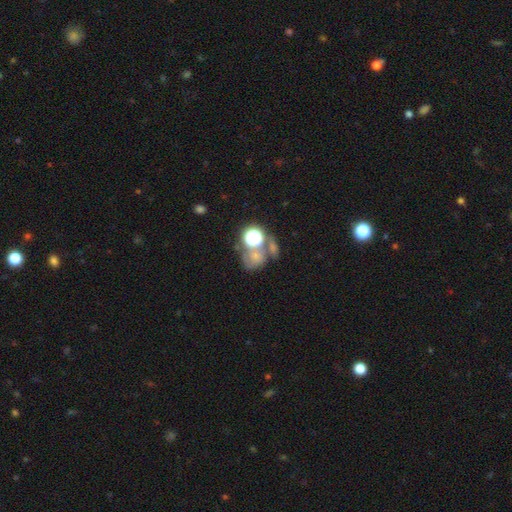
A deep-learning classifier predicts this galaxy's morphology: This appears to be a smooth galaxy with no disk features (50%). Merging: merger (36%).